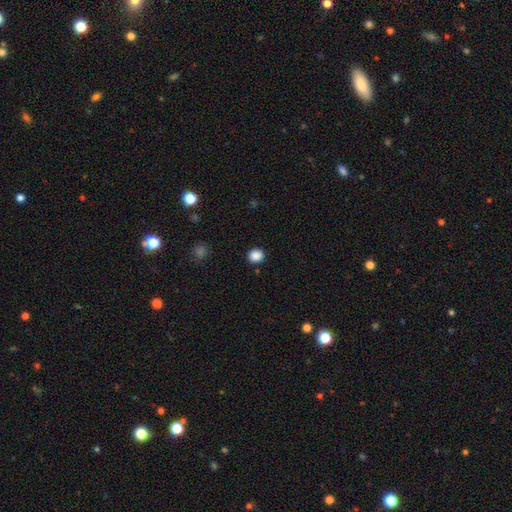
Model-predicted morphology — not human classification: Smooth or featured? smooth (87%)
How rounded? round (84%)
Merging? none (90%)